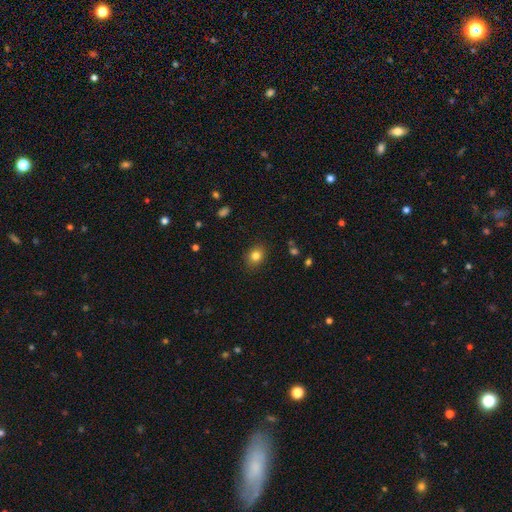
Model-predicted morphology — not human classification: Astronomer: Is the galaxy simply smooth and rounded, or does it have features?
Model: smooth — 82%.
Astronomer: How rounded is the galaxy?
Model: round — 55% (runner-up: in between, 44%).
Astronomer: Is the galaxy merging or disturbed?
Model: none — 88%.